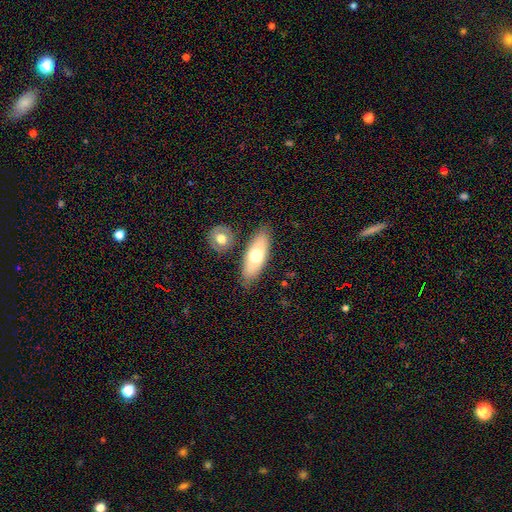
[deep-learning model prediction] Overall: smooth (62%; featured or disk 32%). How rounded: in between (73%). Merging: none (79%).